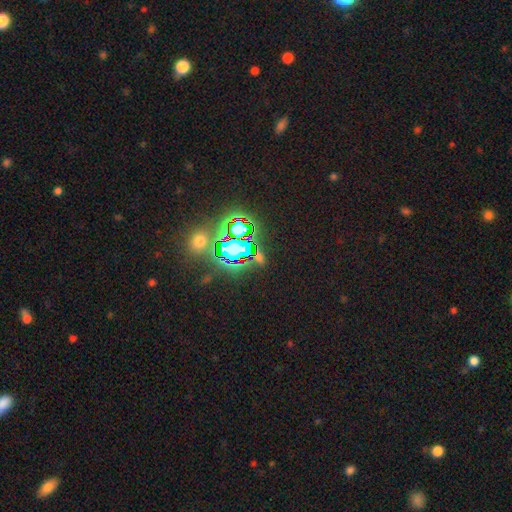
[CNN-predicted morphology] A star or artifact, not a galaxy (79%).